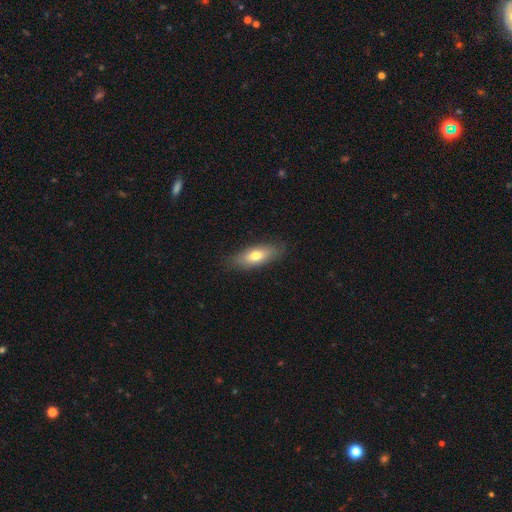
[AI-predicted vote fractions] Smooth or featured? smooth (70%)
How rounded? in between (72%)
Merging? none (83%)